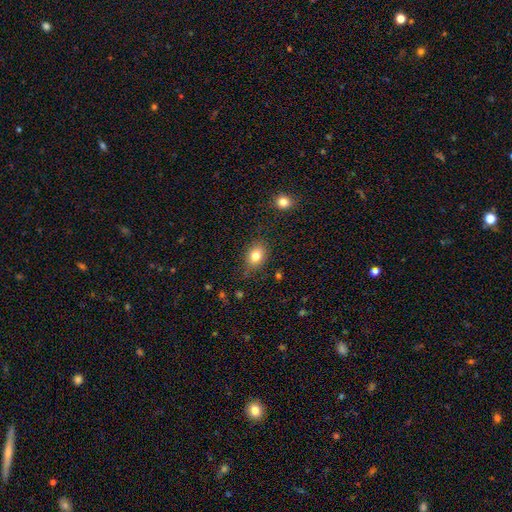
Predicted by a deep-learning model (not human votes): Overall: smooth (81%). How rounded: in between (62%; round 37%). Merging: none (78%).